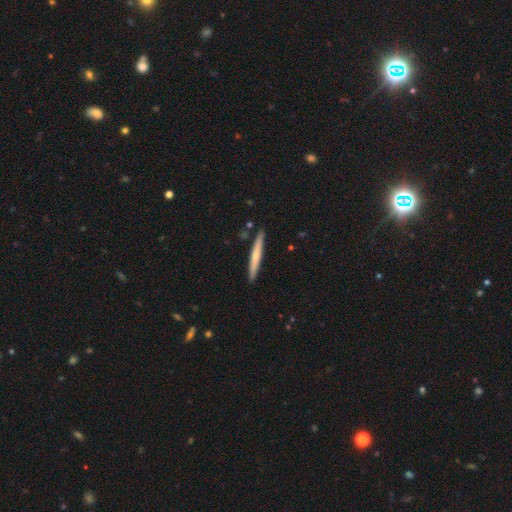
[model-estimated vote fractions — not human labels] A smooth galaxy with no disk features (57%) that is cigar-shaped (96%). Merging: none (90%).